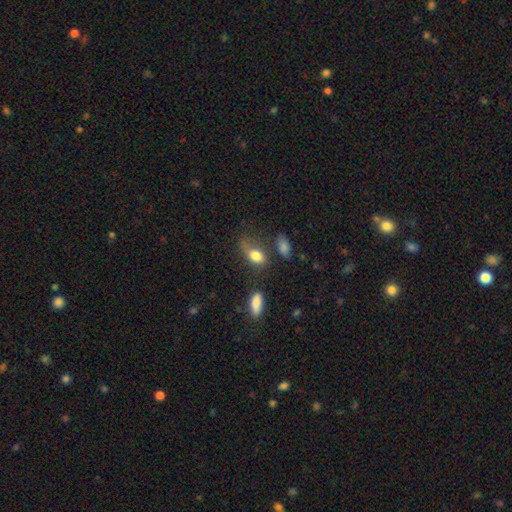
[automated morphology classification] smooth 80%, featured or disk 11%, star or artifact 8%. Down the decision tree: how rounded — in between (83%); merging — none (36%).